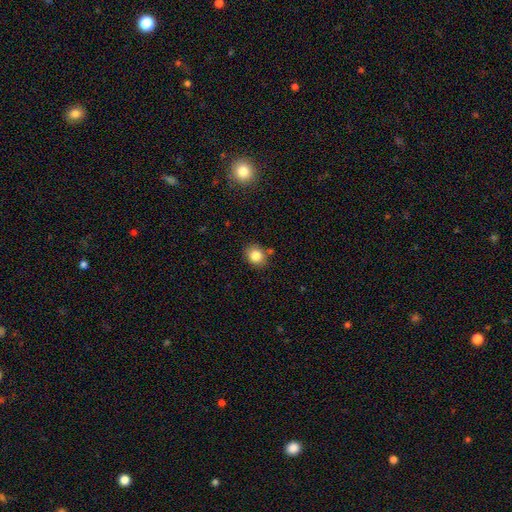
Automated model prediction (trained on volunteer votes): smooth-or-featured: smooth: 83% | star or artifact: 10% | featured or disk: 7%
  how-rounded: round: 69% | in between: 30% | cigar-shaped: 1%
  merging: none: 81% | minor disturbance: 12% | merger: 5% | major disturbance: 3%